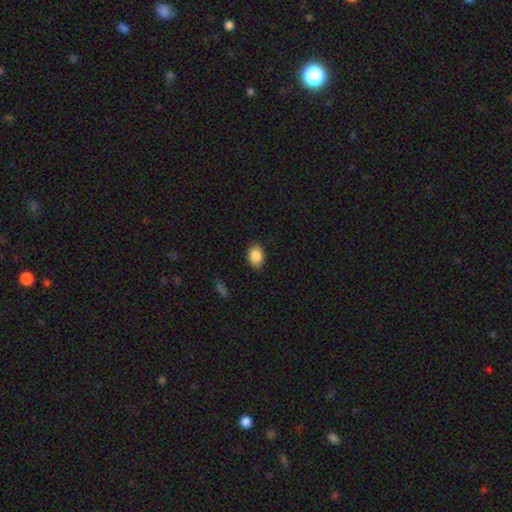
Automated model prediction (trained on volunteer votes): This appears to be a smooth galaxy with no disk features (88%) that is in between round and cigar-shaped (79%). Merging: none (87%).